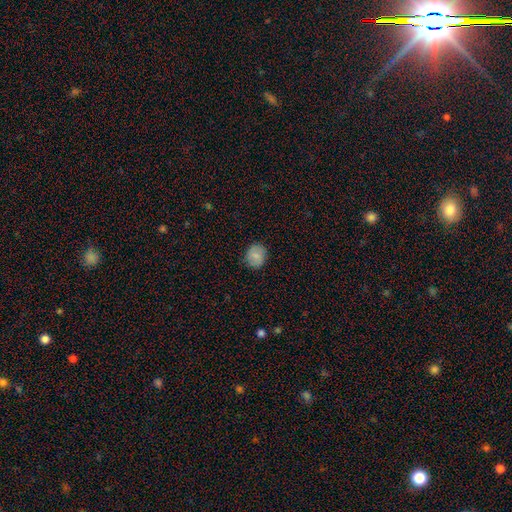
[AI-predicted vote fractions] A smooth galaxy with no disk features (82%) that is round (77%).

Vote fractions:
- Smooth or featured? smooth: 82% / featured or disk: 10% / star or artifact: 8%
- How rounded? round: 77% / in between: 22% / cigar-shaped: 1%
- Merging? none: 86% / minor disturbance: 11% / major disturbance: 3% / merger: 1%